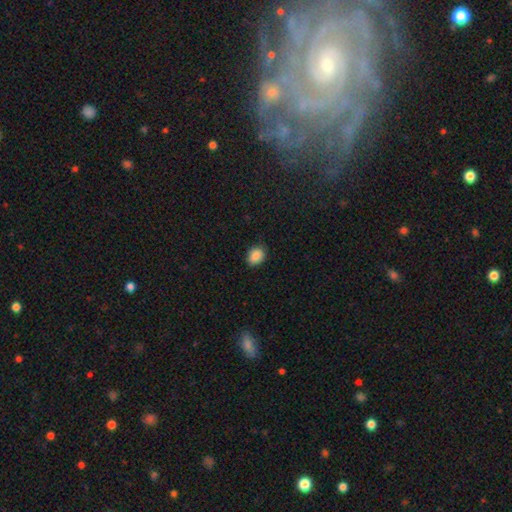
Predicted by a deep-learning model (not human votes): Smooth or featured: smooth — 87% (star or artifact — 9%)
How rounded: in between — 58% (round — 41%)
Merging: none — 83% (minor disturbance — 13%)